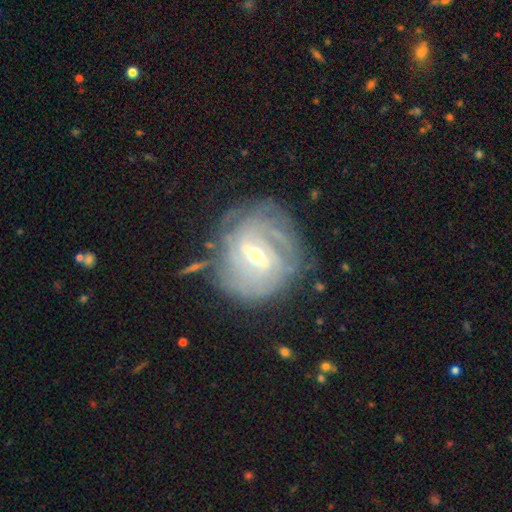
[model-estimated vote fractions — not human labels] A featured or disk galaxy (86%) with a weak bar (52%), tight (73%) spiral arms (94%) and a moderate central bulge (55%).

Vote fractions:
- Smooth or featured? featured or disk: 86% / smooth: 8% / star or artifact: 6%
- Edge-on disk? no: 96% / yes: 4%
- Bar? weak: 52% / strong: 34% / no: 13%
- Spiral arms? yes: 94% / no: 6%
- Spiral winding? tight: 73% / medium: 21% / loose: 5%
- Spiral arm count? can't tell: 39% / 4: 17% / 3: 16% / 2: 15% / more than 4: 8% / 1: 5%
- Bulge size? moderate: 55% / small: 41% / large: 3% / none: 1% / dominant: 1%
- Merging? none: 73% / minor disturbance: 18% / major disturbance: 7% / merger: 2%